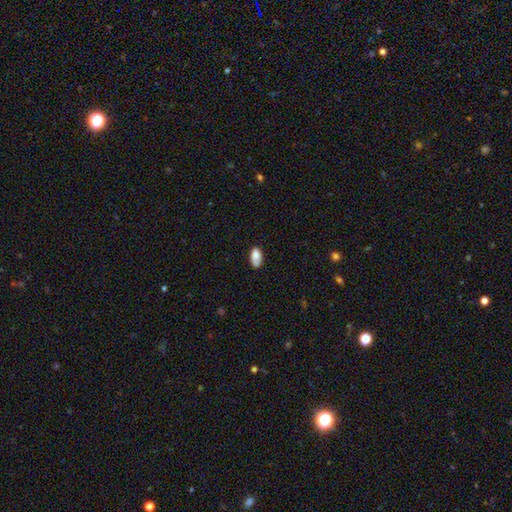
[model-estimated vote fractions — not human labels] smooth_or_featured: smooth (p=0.79) [alt: featured or disk p=0.13]
how_rounded: in between (p=0.93) [alt: round p=0.05]
merging: none (p=0.61) [alt: minor disturbance p=0.27]